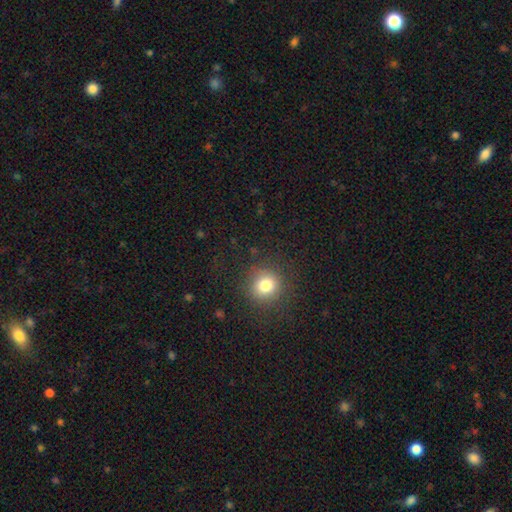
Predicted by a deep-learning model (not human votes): Smooth or featured? Predicted: smooth (p=0.73). How rounded? Predicted: round (p=0.94). Merging? Predicted: none (p=0.92).